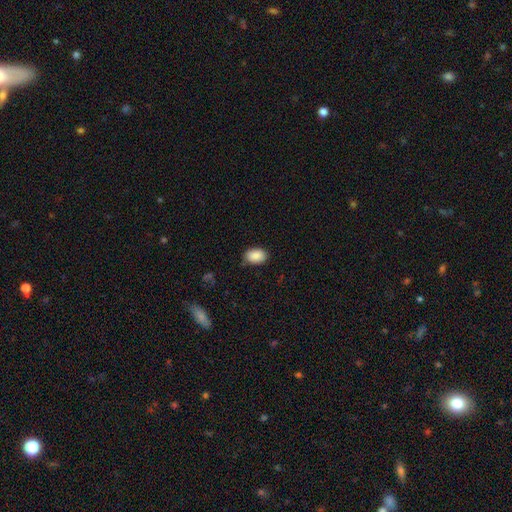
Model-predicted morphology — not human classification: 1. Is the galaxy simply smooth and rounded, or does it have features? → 88% smooth, 7% star or artifact, 4% featured or disk.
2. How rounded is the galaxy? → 87% in between, 12% round, 1% cigar-shaped.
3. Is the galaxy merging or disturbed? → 83% none, 13% minor disturbance, 3% major disturbance, 1% merger.